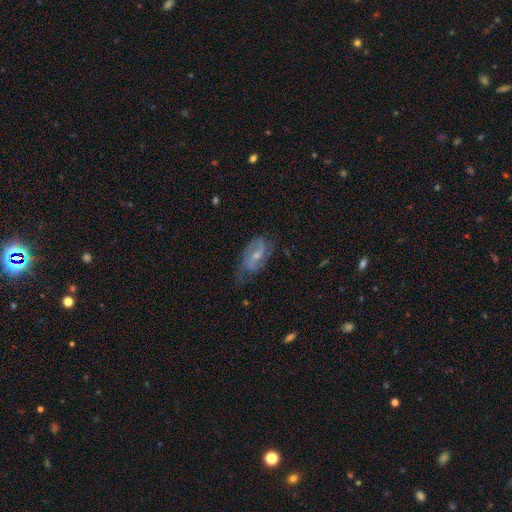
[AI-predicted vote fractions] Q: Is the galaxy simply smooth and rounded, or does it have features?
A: featured or disk — 73%.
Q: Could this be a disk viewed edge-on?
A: no — 94%.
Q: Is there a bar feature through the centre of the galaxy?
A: weak — 45%.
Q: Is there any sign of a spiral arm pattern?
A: yes — 88%.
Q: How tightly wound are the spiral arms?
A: medium — 44%.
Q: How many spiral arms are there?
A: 2 — 71%.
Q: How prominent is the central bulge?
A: small — 54%.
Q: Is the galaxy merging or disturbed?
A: none — 54%.